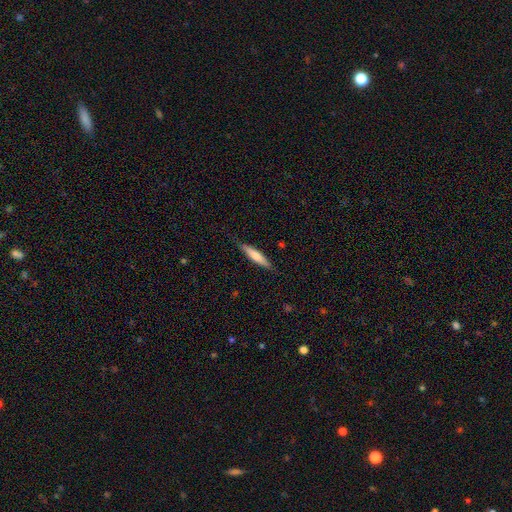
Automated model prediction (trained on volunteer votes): smooth-or-featured: smooth: 61% | featured or disk: 33% | star or artifact: 6%
  how-rounded: cigar-shaped: 85% | in between: 14% | round: 1%
  merging: none: 83% | minor disturbance: 13% | major disturbance: 2% | merger: 1%